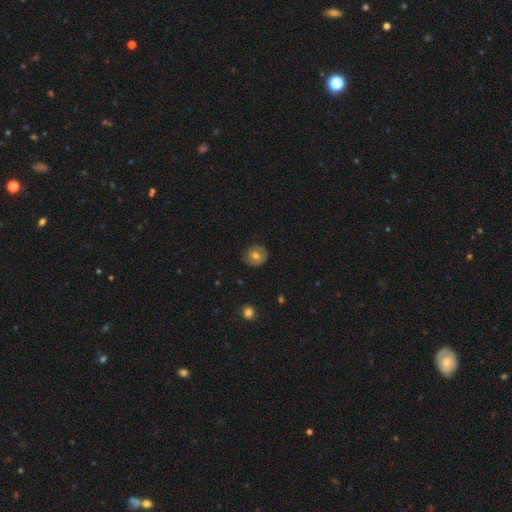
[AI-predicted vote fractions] A smooth galaxy with no disk features (66%) that is round (78%).

Vote fractions:
- Smooth or featured? smooth: 66% / featured or disk: 25% / star or artifact: 9%
- How rounded? round: 78% / in between: 21% / cigar-shaped: 1%
- Merging? none: 80% / minor disturbance: 15% / major disturbance: 3% / merger: 1%